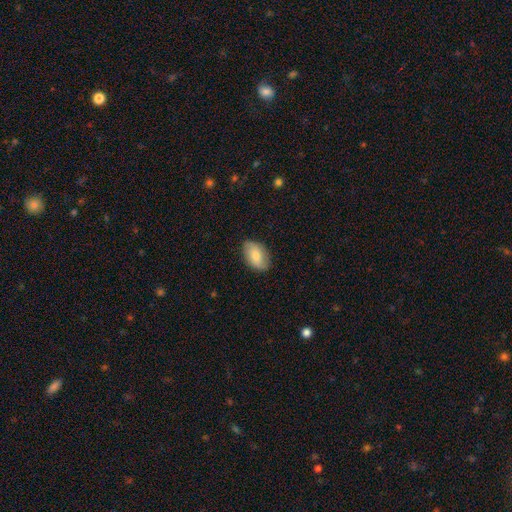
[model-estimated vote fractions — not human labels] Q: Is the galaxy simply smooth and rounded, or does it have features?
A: smooth — 72%.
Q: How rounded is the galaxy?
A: in between — 90%.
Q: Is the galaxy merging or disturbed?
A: none — 82%.